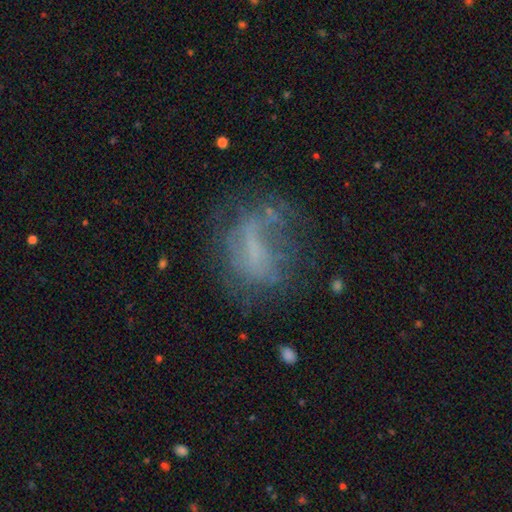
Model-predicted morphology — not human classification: smooth_or_featured: featured or disk (p=0.49) [alt: smooth p=0.33]
merging: none (p=0.42) [alt: major disturbance p=0.32]